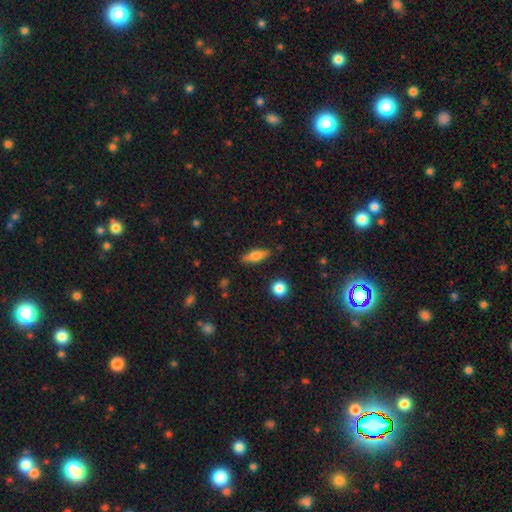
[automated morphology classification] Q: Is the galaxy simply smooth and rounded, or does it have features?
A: smooth — 69%.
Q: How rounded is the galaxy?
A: in between — 58%.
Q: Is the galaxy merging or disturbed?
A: none — 85%.